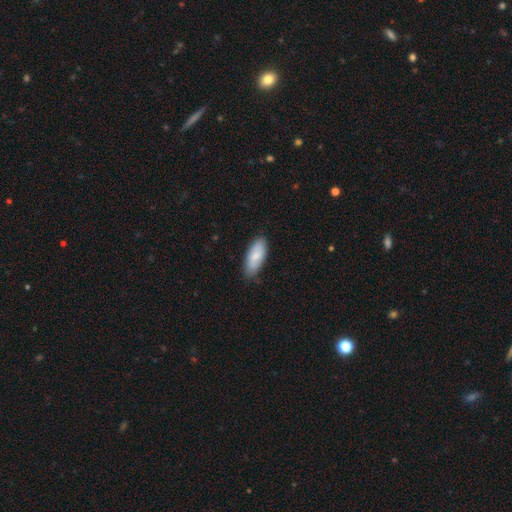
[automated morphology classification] This appears to be a smooth galaxy with no disk features (79%) that is in between round and cigar-shaped (81%). Merging: none (80%).